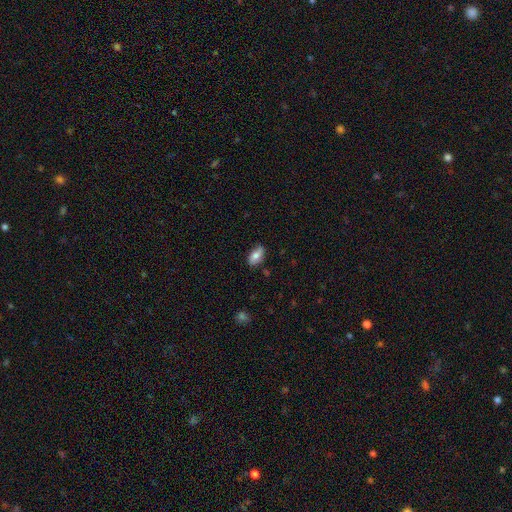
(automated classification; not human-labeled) Overall: smooth (77%). How rounded: in between (92%). Merging: none (81%).